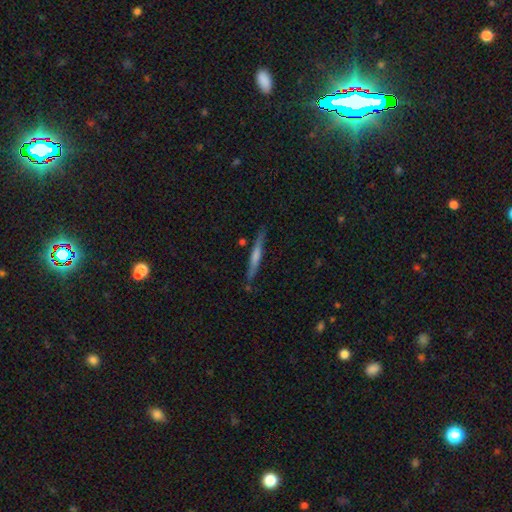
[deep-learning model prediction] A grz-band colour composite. It shows a featured or disk galaxy (63%) viewed edge-on (95%) with a rounded central bulge (66%). Merging: none (87%).